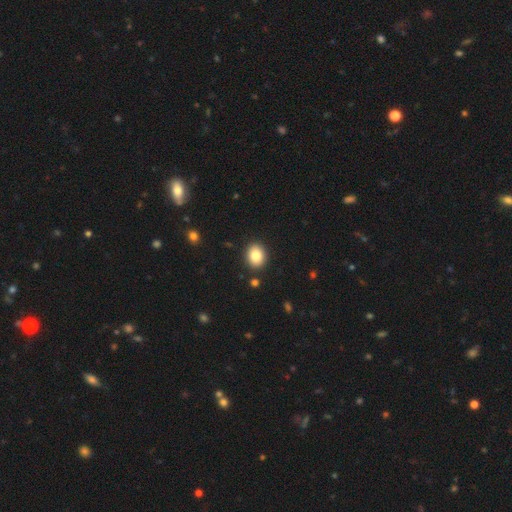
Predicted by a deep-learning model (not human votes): smooth 84%, star or artifact 9%, featured or disk 8%. Down the decision tree: how rounded — in between (52%); merging — none (89%).